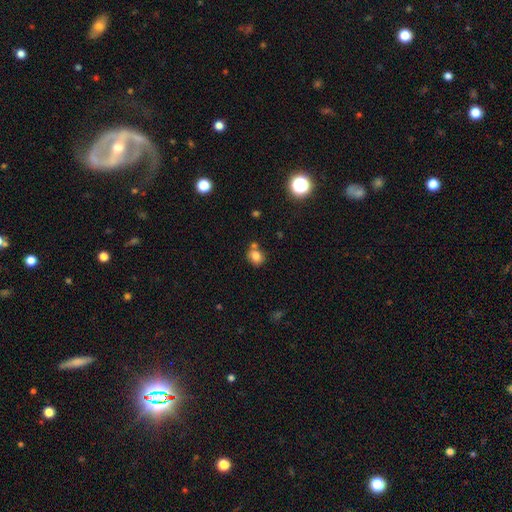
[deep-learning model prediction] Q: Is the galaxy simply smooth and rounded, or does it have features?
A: smooth — 81%.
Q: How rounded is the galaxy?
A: round — 68%.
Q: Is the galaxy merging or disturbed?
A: none — 60%.